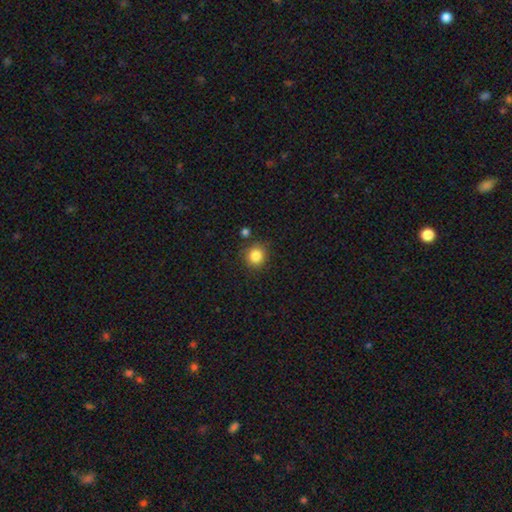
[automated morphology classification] Smooth or featured?
  - smooth: 85% *
  - star or artifact: 11%
  - featured or disk: 5%
How rounded?
  - round: 88% *
  - in between: 11%
  - cigar-shaped: 1%
Merging?
  - none: 83% *
  - minor disturbance: 10%
  - merger: 4%
  - major disturbance: 3%